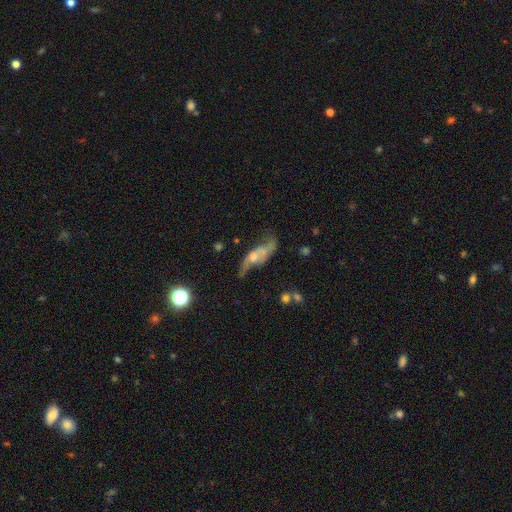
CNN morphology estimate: Smooth or featured?
  - featured or disk: 62% *
  - smooth: 28%
  - star or artifact: 10%
Edge-on disk?
  - no: 70% *
  - yes: 30%
Merging?
  - none: 33% *
  - major disturbance: 32%
  - minor disturbance: 24%
  - merger: 11%